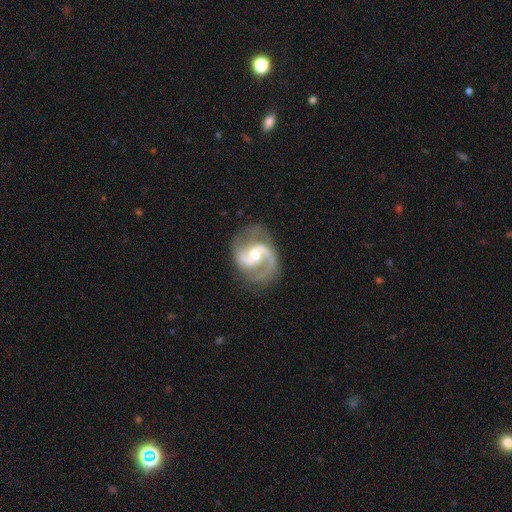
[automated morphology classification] Overall: featured or disk (92%). Edge-on disk: no (98%). Bar: weak (47%; no 32%). Spiral arms: yes (98%). Spiral arm count: 2 (91%). Spiral winding: medium (63%). Bulge size: moderate (71%). Merging: none (76%).